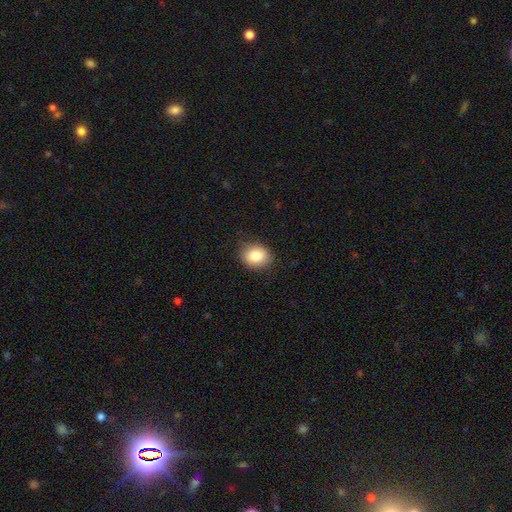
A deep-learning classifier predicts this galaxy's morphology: This is clearly a smooth galaxy (86%). How rounded: possibly in between (53%). Merging: clearly none (84%).